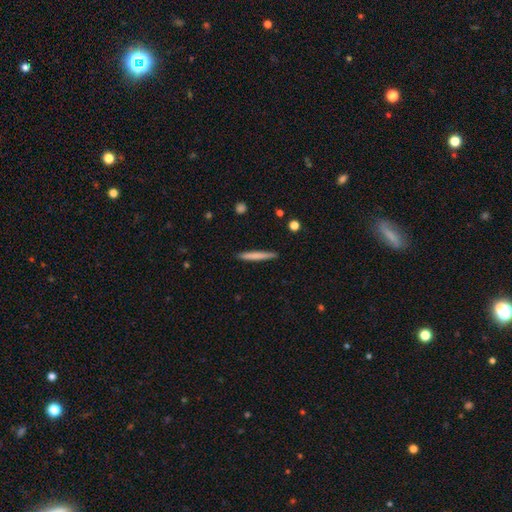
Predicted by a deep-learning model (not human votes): Smooth or featured: smooth — 71% (featured or disk — 23%)
How rounded: cigar-shaped — 96% (in between — 2%)
Merging: none — 90% (minor disturbance — 7%)